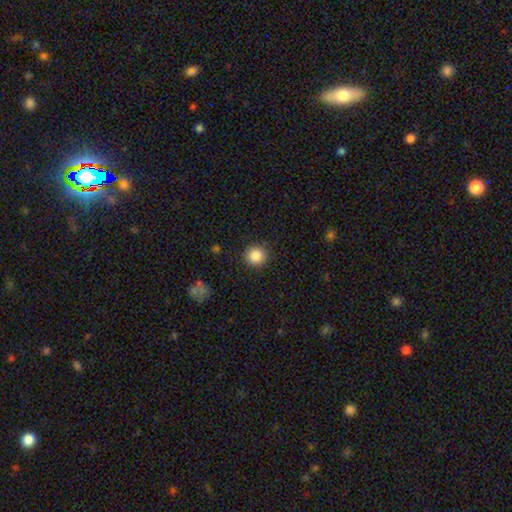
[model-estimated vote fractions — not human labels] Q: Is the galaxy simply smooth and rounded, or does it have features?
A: smooth — 85%.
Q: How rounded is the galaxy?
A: round — 94%.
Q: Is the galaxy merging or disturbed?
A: none — 90%.